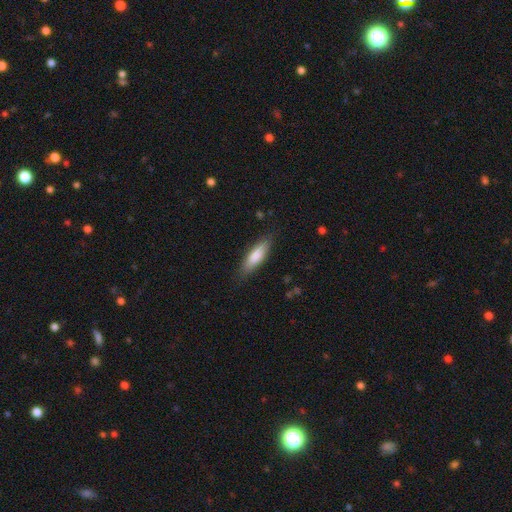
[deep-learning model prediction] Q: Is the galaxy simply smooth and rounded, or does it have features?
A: smooth — 81%.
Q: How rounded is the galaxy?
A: cigar-shaped — 54%.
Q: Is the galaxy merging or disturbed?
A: none — 83%.